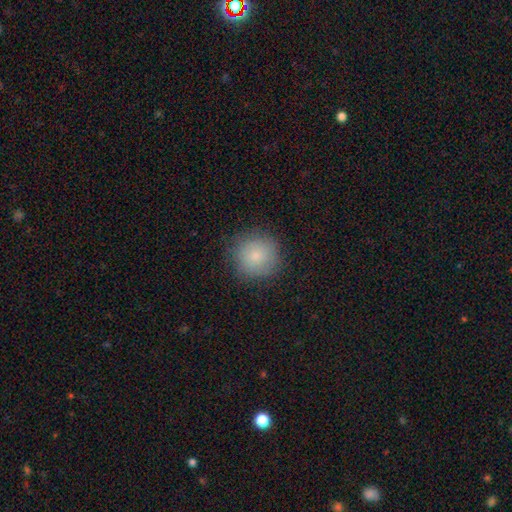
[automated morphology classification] Smooth or featured? Predicted: smooth (p=0.83). How rounded? Predicted: round (p=0.93). Merging? Predicted: none (p=0.84).